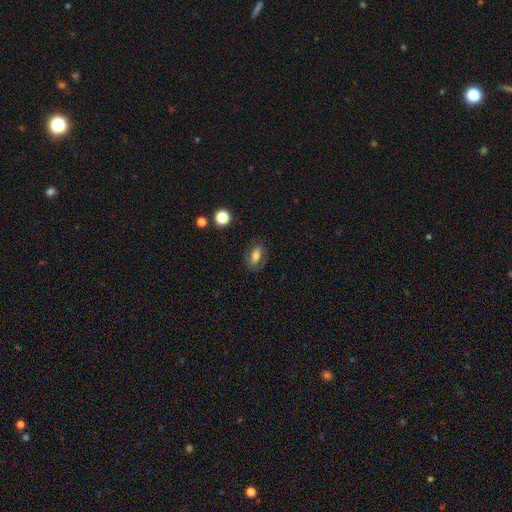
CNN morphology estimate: smooth_or_featured: smooth (p=0.69) [alt: featured or disk p=0.20]
how_rounded: in between (p=0.80) [alt: cigar-shaped p=0.12]
merging: none (p=0.80) [alt: minor disturbance p=0.14]